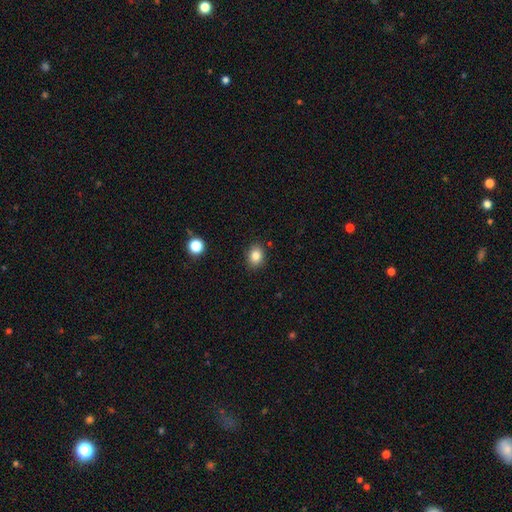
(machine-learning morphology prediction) The model was most divided on "how rounded": in between: 54%, round: 45%, cigar-shaped: 1%. More confident: merging — none (87%); smooth or featured — smooth (84%).